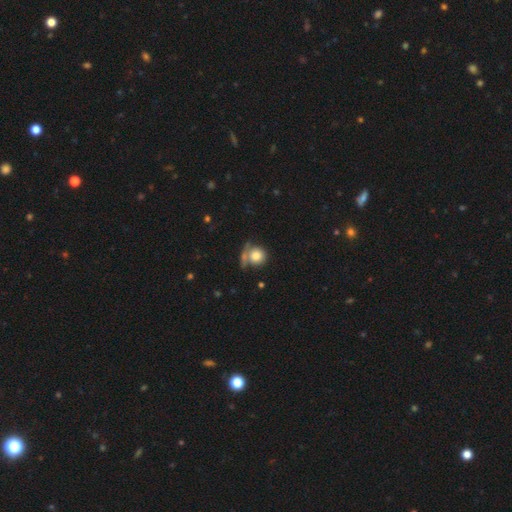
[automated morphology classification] This appears to be a smooth galaxy with no disk features (81%) that is round (89%). Merging: none (53%).